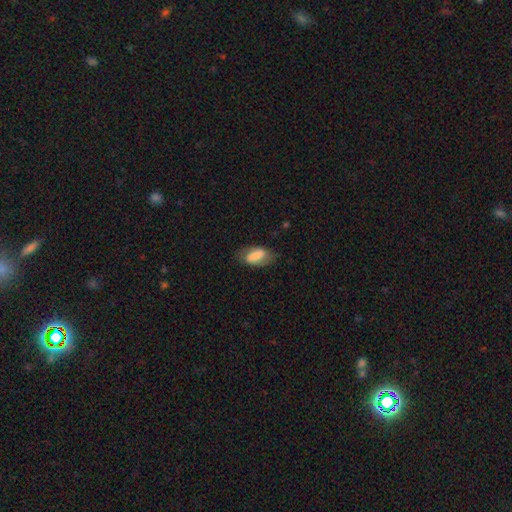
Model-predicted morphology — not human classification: Smooth or featured? smooth (64%)
How rounded? in between (88%)
Merging? none (69%)